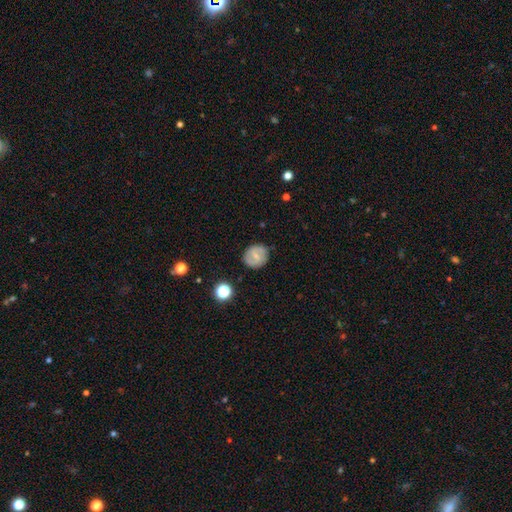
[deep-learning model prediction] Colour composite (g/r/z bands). It shows a featured or disk galaxy (47%). Merging: none (84%).